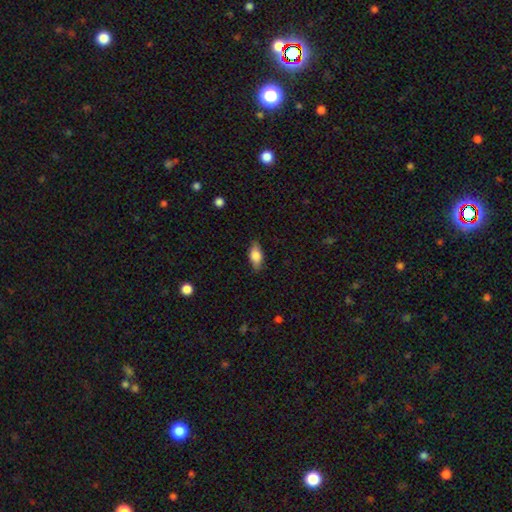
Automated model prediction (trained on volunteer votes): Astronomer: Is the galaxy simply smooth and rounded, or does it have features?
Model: smooth — 80%.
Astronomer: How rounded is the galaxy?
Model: in between — 86%.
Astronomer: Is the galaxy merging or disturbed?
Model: none — 84%.